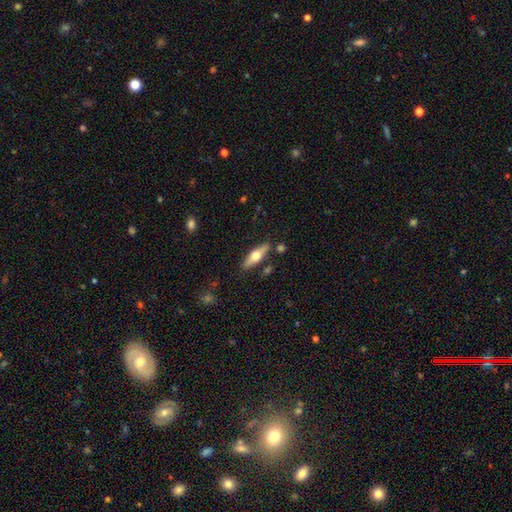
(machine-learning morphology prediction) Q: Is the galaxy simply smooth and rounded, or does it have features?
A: smooth — 51%.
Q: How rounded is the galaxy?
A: cigar-shaped — 55%.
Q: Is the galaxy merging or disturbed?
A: none — 82%.